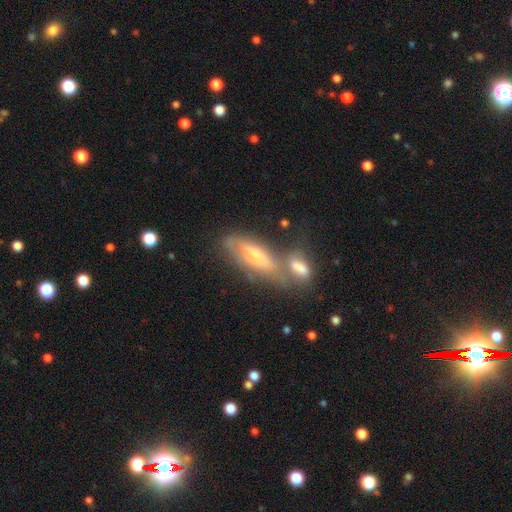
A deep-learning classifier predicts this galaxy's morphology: type=smooth (48%); merging=merger (45%).